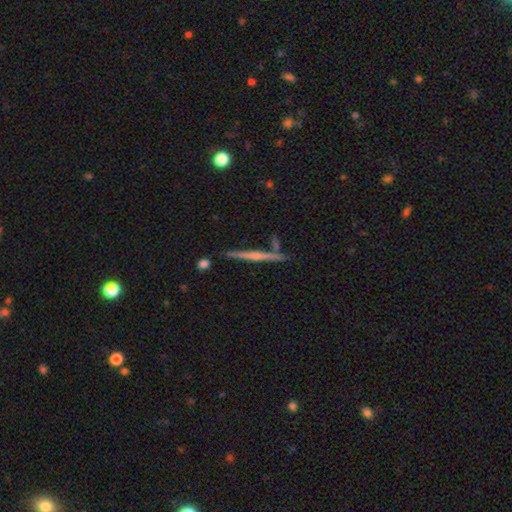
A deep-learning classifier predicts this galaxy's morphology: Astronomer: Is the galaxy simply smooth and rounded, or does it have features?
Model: featured or disk — 67%.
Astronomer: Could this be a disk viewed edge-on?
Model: yes — 98%.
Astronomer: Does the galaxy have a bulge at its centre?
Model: rounded — 60%.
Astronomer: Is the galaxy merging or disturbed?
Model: none — 84%.